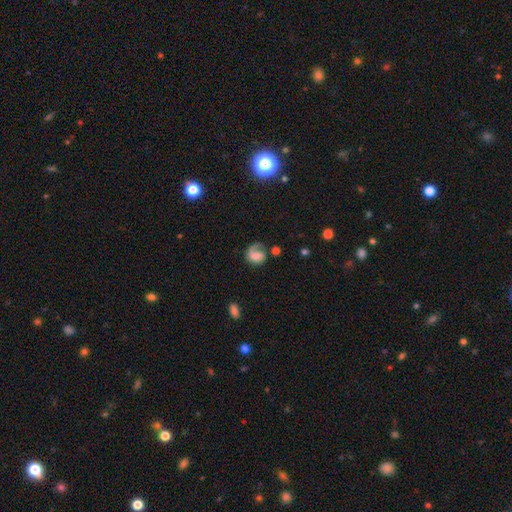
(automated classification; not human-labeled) A featured or disk galaxy (53%) with no bar (66%), spiral arms (86%) and no central bulge (29%). Merging: none (43%).